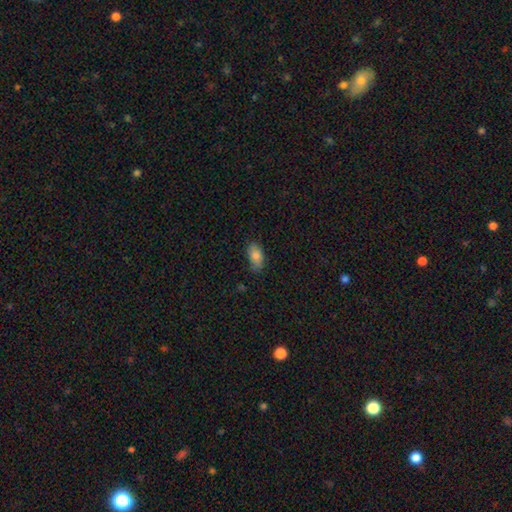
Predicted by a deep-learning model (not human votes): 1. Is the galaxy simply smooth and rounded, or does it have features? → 84% smooth, 8% featured or disk, 8% star or artifact.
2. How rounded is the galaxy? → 91% in between, 5% round, 4% cigar-shaped.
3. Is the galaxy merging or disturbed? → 73% none, 21% minor disturbance, 4% major disturbance, 2% merger.